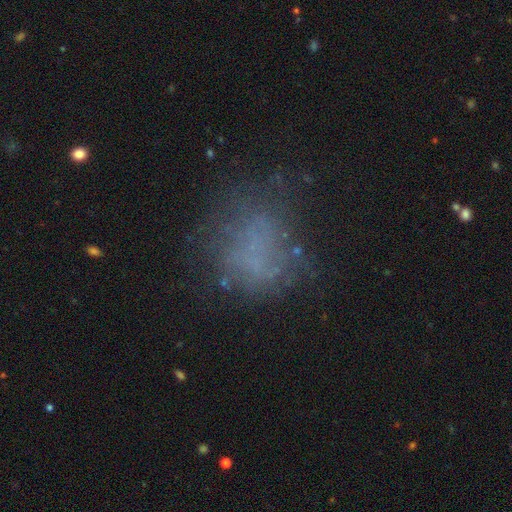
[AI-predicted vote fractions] This is possibly a smooth galaxy (47%). Merging: possibly none (57%).